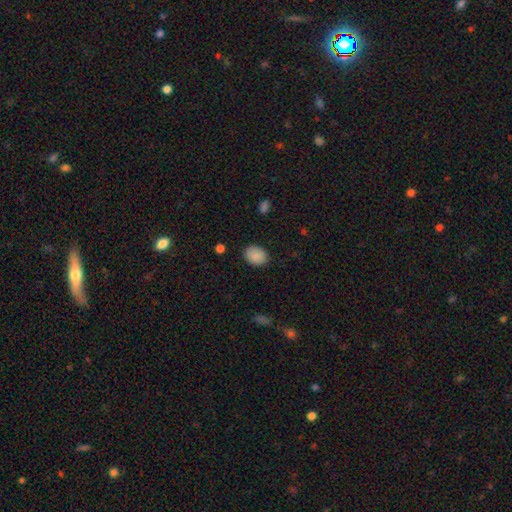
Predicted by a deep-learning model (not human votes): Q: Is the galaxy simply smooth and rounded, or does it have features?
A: smooth — 89%.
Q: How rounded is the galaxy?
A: in between — 65%.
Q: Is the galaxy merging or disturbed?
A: none — 86%.